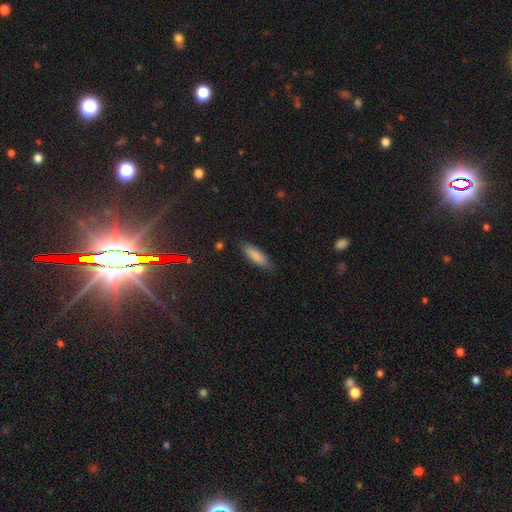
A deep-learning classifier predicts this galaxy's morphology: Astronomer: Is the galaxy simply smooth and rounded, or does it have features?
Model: smooth — 82%.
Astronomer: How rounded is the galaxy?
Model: cigar-shaped — 50% (runner-up: in between, 49%).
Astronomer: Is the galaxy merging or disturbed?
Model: none — 83%.